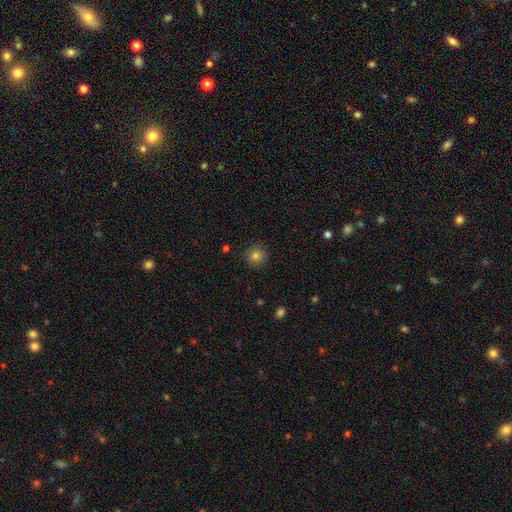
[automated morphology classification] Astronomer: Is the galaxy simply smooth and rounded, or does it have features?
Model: smooth — 82%.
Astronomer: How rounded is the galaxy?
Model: round — 93%.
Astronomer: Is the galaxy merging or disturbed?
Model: none — 89%.